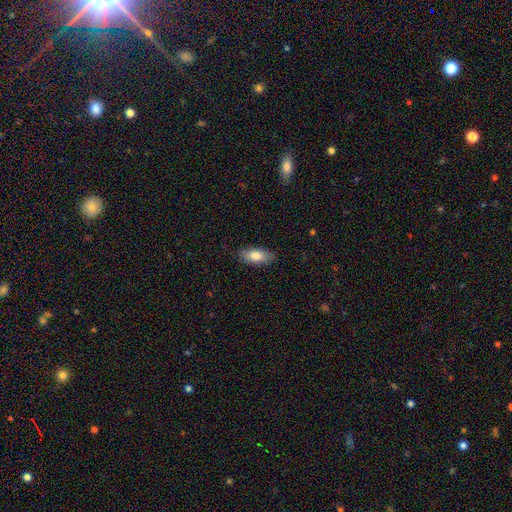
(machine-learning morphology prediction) Smooth or featured: smooth — 81% (featured or disk — 12%)
How rounded: in between — 84% (cigar-shaped — 14%)
Merging: none — 87% (minor disturbance — 10%)